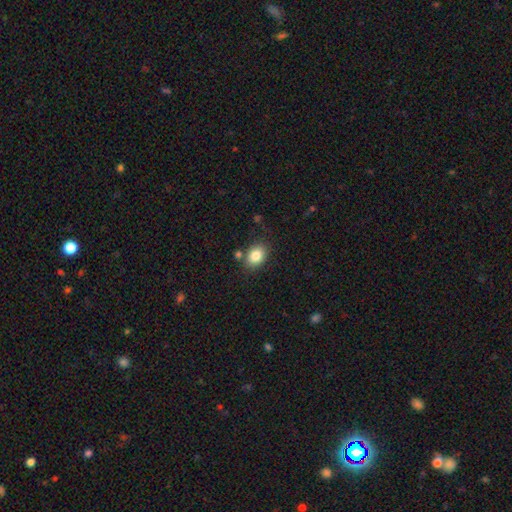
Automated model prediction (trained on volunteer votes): This appears to be a smooth galaxy with no disk features (83%) that is in between round and cigar-shaped (68%). Merging: none (78%).